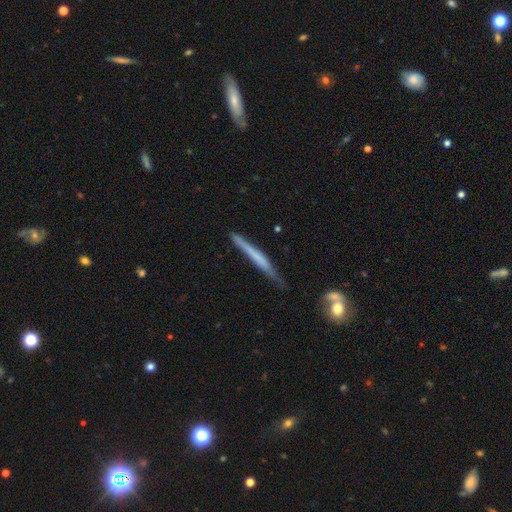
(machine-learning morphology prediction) Smooth or featured?
  - smooth: 49% *
  - featured or disk: 45%
  - star or artifact: 6%
Merging?
  - none: 68% *
  - minor disturbance: 24%
  - major disturbance: 5%
  - merger: 4%